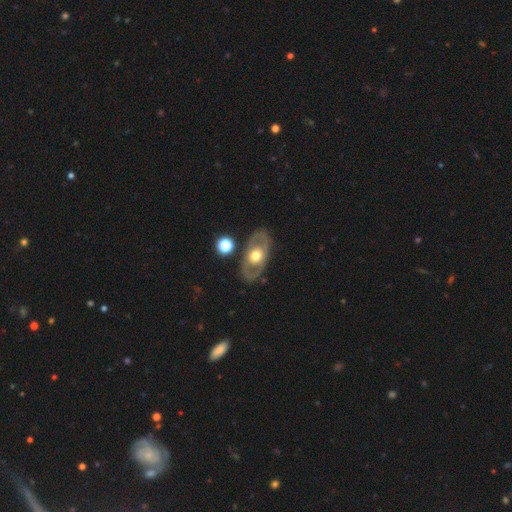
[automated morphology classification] Smooth or featured: featured or disk — 65% (smooth — 30%)
Edge-on disk: no — 88% (yes — 12%)
Bar: no — 83% (weak — 12%)
Spiral arms: no — 75% (yes — 25%)
Bulge size: moderate — 65% (large — 26%)
Merging: none — 83% (minor disturbance — 10%)